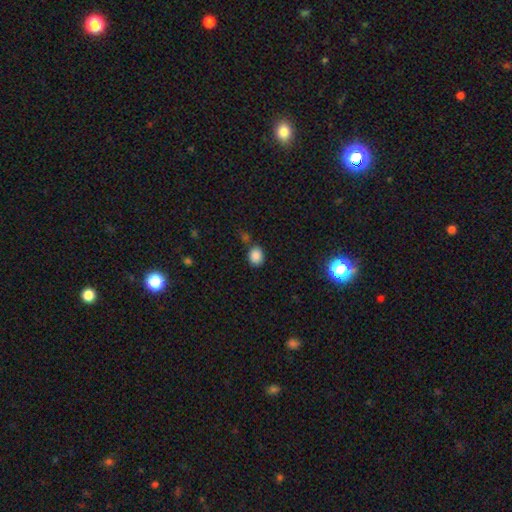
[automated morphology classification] Smooth or featured? smooth (86%)
How rounded? in between (53%)
Merging? none (75%)